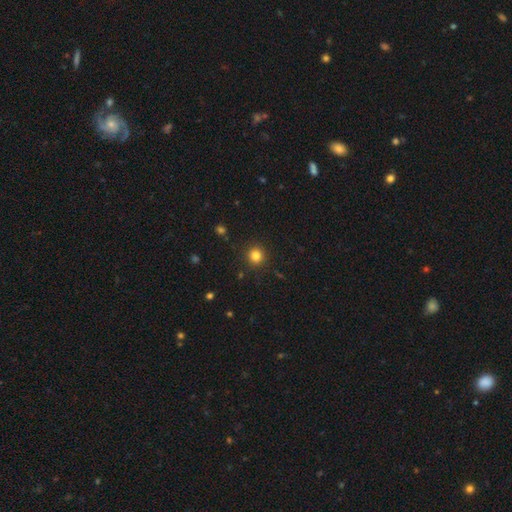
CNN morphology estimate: Smooth or featured? smooth (82%)
How rounded? round (93%)
Merging? none (91%)